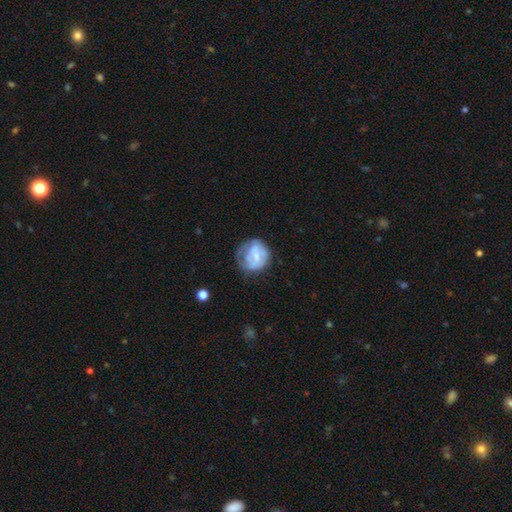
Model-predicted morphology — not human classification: smooth-or-featured: featured or disk: 55% | smooth: 38% | star or artifact: 7%
  disk-edge-on: no: 98% | yes: 2%
    bar: no: 46% | weak: 41% | strong: 14%
    has-spiral-arms: yes: 59% | no: 41%
    bulge-size: small: 45% | moderate: 26% | none: 25% | large: 3% | dominant: 1%
  merging: none: 48% | minor disturbance: 28% | major disturbance: 22% | merger: 2%